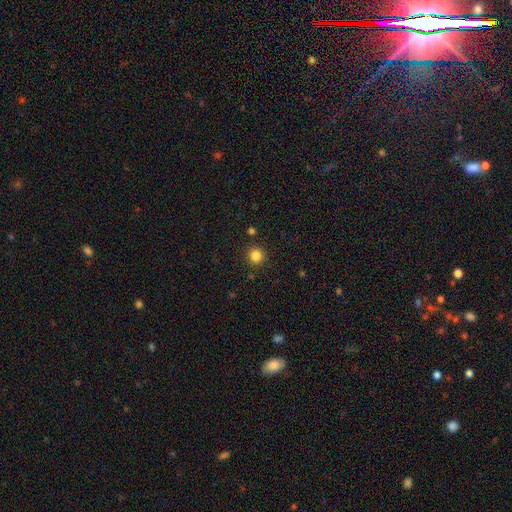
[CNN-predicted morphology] Smooth or featured: smooth — 83% (star or artifact — 13%)
How rounded: round — 94% (in between — 5%)
Merging: none — 90% (minor disturbance — 6%)